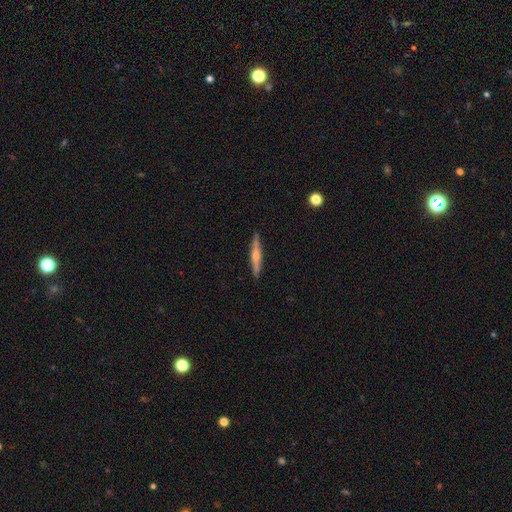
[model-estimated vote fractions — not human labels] Smooth or featured: featured or disk — 66% (smooth — 28%)
Edge-on disk: yes — 98% (no — 2%)
Edge-on bulge: rounded — 85% (none — 10%)
Merging: none — 91% (minor disturbance — 6%)